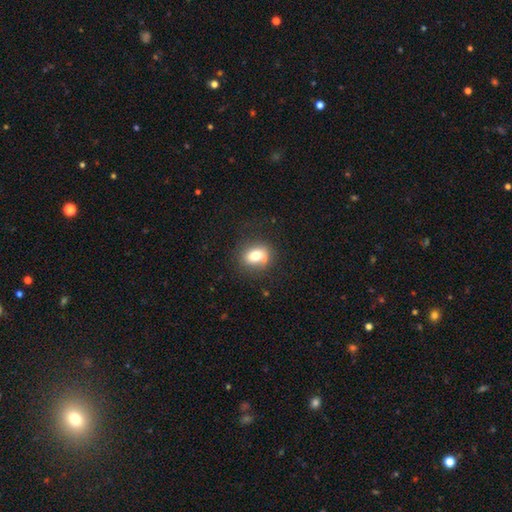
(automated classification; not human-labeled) This is likely a smooth galaxy (74%). How rounded: possibly in between (55%). Merging: likely none (72%).